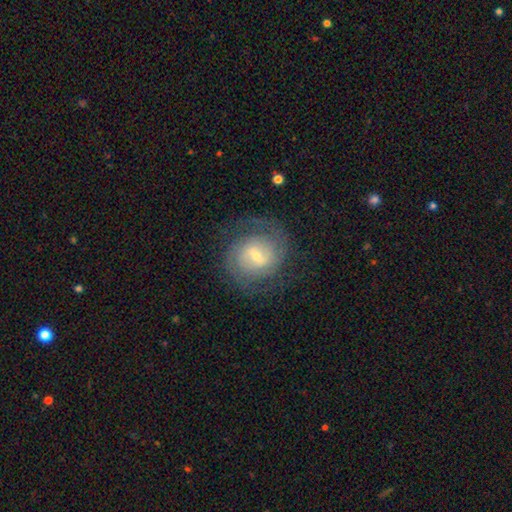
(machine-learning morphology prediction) Overall: featured or disk (78%). Edge-on disk: no (97%). Bar: weak (59%; no 21%). Spiral arms: yes (93%). Spiral arm count: 2 (69%). Spiral winding: tight (48%; medium 40%). Bulge size: small (56%; moderate 37%). Merging: none (75%).